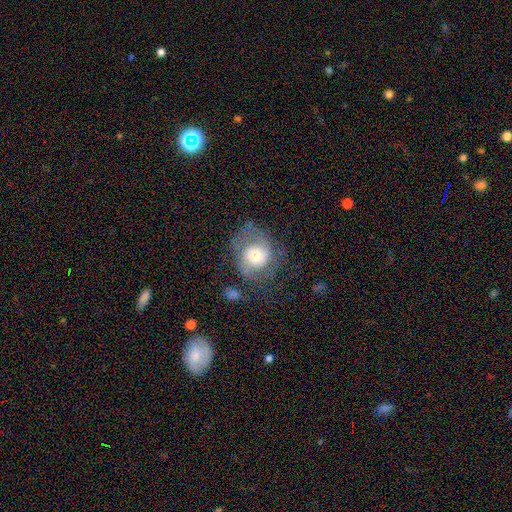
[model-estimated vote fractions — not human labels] Overall: featured or disk (60%; smooth 32%). Edge-on disk: no (97%). Bar: no (70%). Spiral arms: yes (83%). Bulge size: moderate (53%; large 22%). Merging: none (54%; minor disturbance 23%).